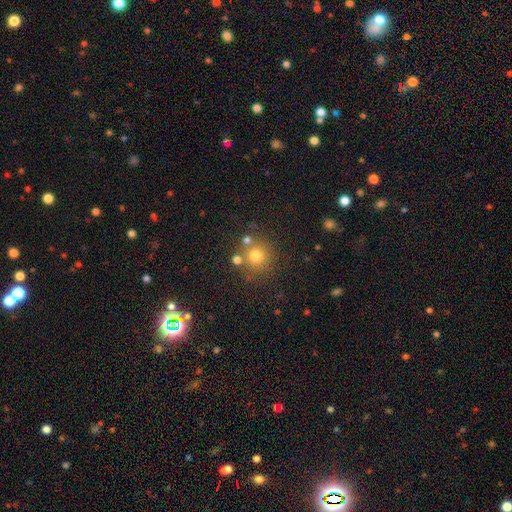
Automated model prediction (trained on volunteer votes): A smooth galaxy with no disk features (73%) that is round (93%). Merging: none (74%).